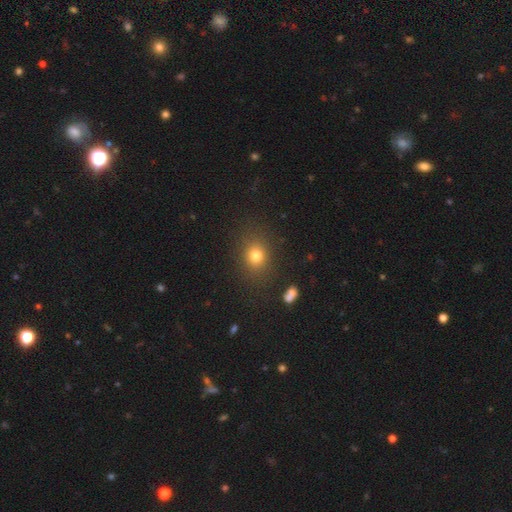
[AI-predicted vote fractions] Smooth or featured: smooth — 77% (star or artifact — 15%)
How rounded: round — 61% (in between — 37%)
Merging: none — 83% (minor disturbance — 10%)